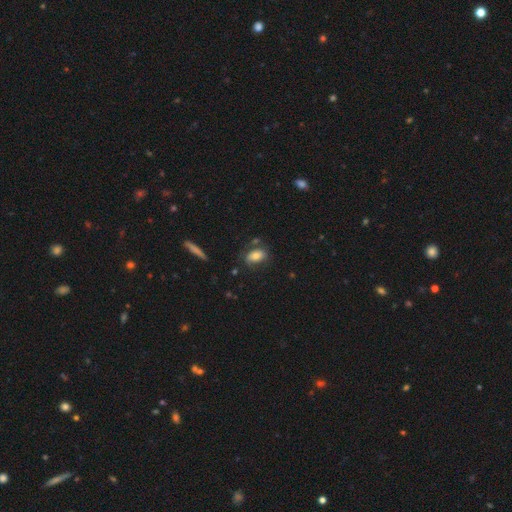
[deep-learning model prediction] smooth 69%, featured or disk 23%, star or artifact 9%. Down the decision tree: how rounded — in between (87%); merging — none (61%).